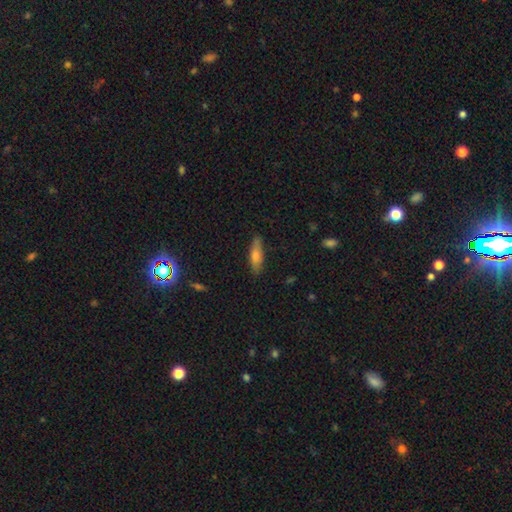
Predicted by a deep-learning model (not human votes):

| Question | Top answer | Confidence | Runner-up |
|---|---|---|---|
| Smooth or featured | smooth | 59% | featured or disk (31%) |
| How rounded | cigar-shaped | 64% | in between (33%) |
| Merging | none | 85% | minor disturbance (12%) |